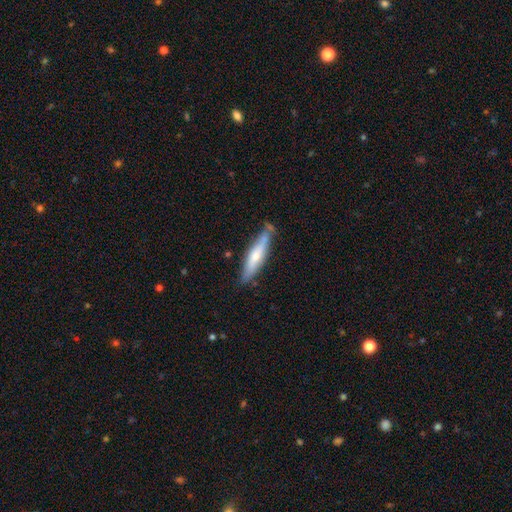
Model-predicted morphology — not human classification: Smooth or featured? smooth (54%)
How rounded? cigar-shaped (84%)
Merging? none (70%)